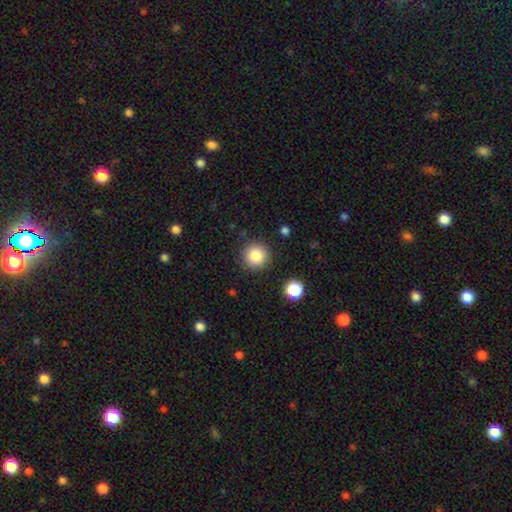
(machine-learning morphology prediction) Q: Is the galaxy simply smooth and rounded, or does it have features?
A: smooth — 84%.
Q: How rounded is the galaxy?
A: round — 95%.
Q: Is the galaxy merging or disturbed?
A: none — 88%.